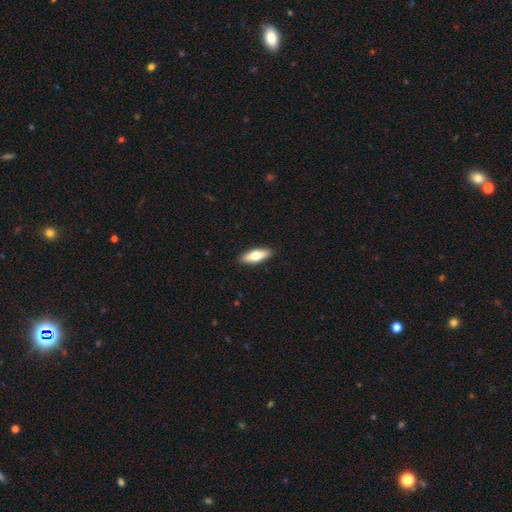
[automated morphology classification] Smooth or featured: smooth — 63% (featured or disk — 32%)
How rounded: in between — 60% (cigar-shaped — 37%)
Merging: none — 91% (minor disturbance — 7%)